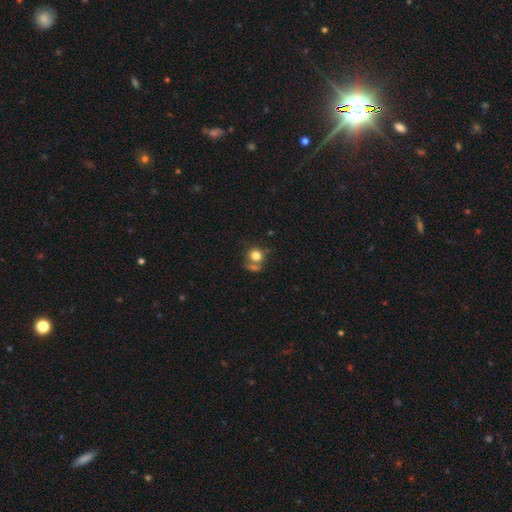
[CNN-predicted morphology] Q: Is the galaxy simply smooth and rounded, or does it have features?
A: smooth — 78%.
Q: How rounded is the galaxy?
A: round — 84%.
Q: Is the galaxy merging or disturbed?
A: none — 47%.